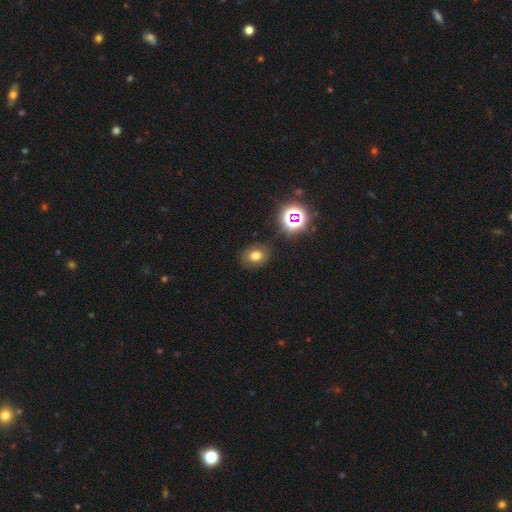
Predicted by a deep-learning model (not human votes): Smooth or featured?
  - smooth: 69% *
  - star or artifact: 19%
  - featured or disk: 12%
How rounded?
  - in between: 51% *
  - round: 49%
  - cigar-shaped: 1%
Merging?
  - none: 82% *
  - minor disturbance: 12%
  - major disturbance: 4%
  - merger: 2%